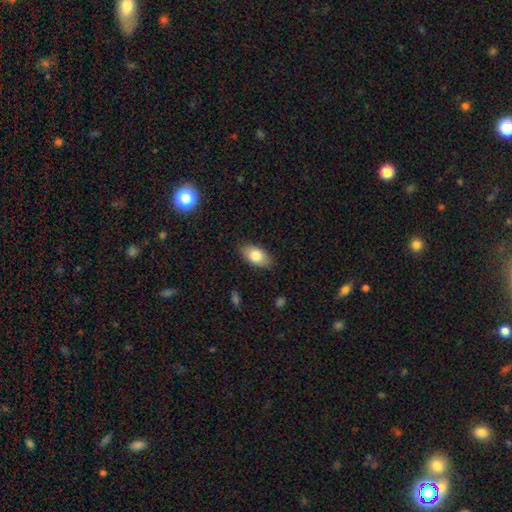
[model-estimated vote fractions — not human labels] Morphology: type=smooth (78%); roundness=in between (92%); merging=none (86%).